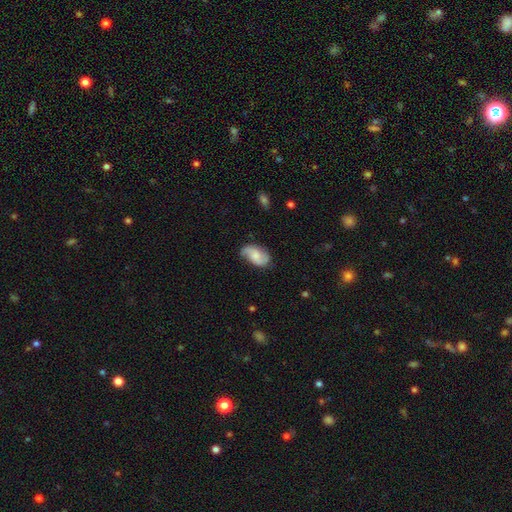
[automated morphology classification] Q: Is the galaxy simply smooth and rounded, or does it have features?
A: featured or disk — 51%.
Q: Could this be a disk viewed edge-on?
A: no — 96%.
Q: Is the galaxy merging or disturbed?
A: none — 65%.